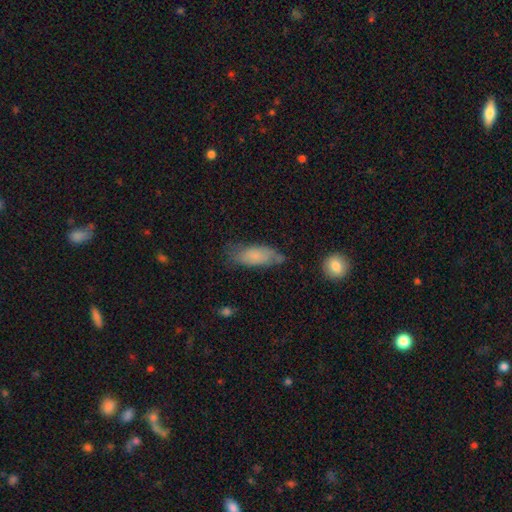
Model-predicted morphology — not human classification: type=smooth (73%); roundness=in between (79%); merging=none (54%).